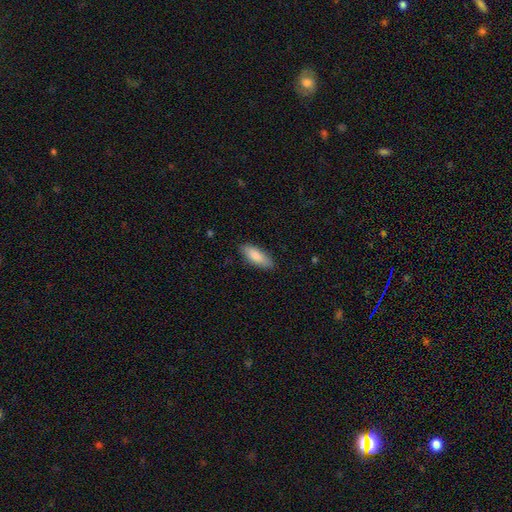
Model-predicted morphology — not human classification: smooth-or-featured: smooth: 85% | featured or disk: 9% | star or artifact: 6%
  how-rounded: in between: 72% | cigar-shaped: 26% | round: 2%
  merging: none: 86% | minor disturbance: 11% | major disturbance: 2% | merger: 1%